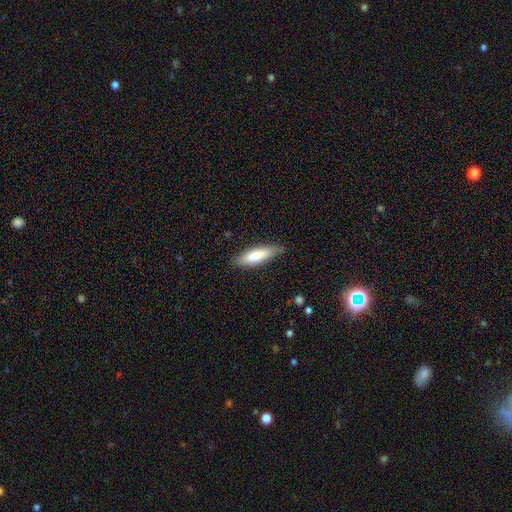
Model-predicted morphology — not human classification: smooth 76%, featured or disk 18%, star or artifact 6%. Down the decision tree: how rounded — cigar-shaped (59%); merging — none (78%).